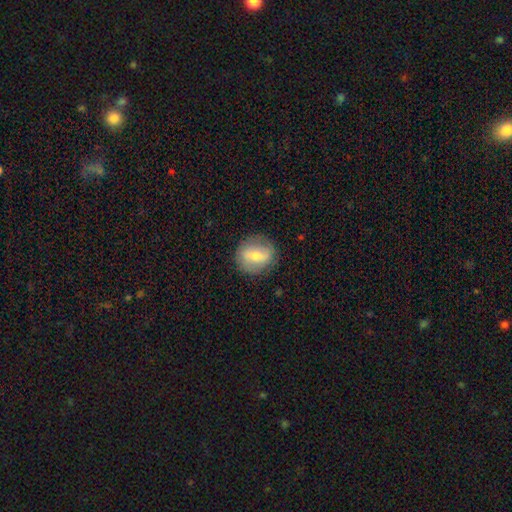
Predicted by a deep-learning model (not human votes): smooth-or-featured: smooth: 49% | featured or disk: 43% | star or artifact: 7%
  merging: none: 83% | minor disturbance: 12% | major disturbance: 4% | merger: 1%